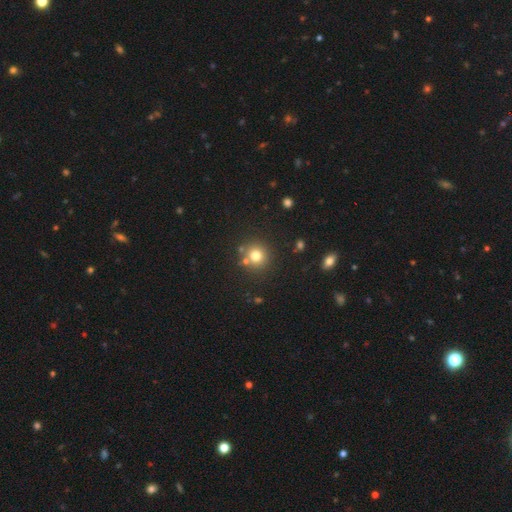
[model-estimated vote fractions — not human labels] Smooth or featured? smooth (77%)
How rounded? round (92%)
Merging? none (78%)